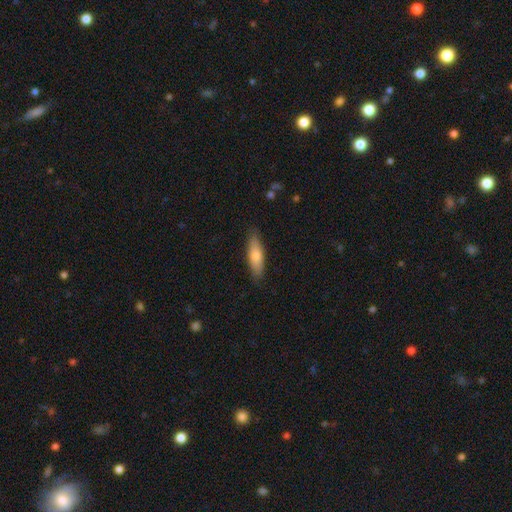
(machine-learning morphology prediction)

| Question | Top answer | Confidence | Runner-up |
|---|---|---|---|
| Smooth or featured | smooth | 74% | featured or disk (20%) |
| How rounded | in between | 53% | cigar-shaped (45%) |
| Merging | none | 82% | minor disturbance (14%) |